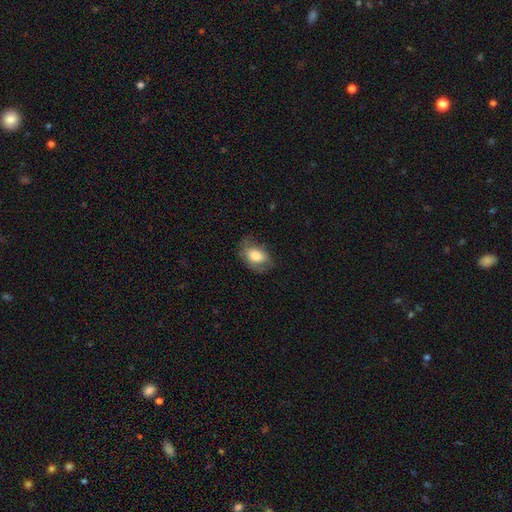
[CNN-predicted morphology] smooth_or_featured: smooth (p=0.75) [alt: featured or disk p=0.18]
how_rounded: in between (p=0.85) [alt: round p=0.13]
merging: none (p=0.63) [alt: minor disturbance p=0.26]